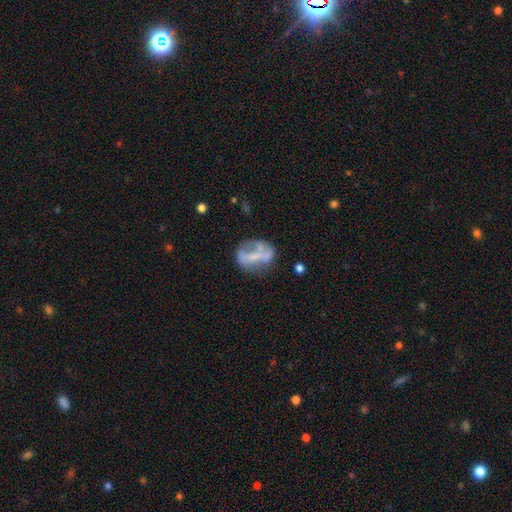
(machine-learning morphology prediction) This appears to be a featured or disk galaxy (55%) with no bar (53%), no spiral arms (74%) and no central bulge (49%). Merging: none (45%).